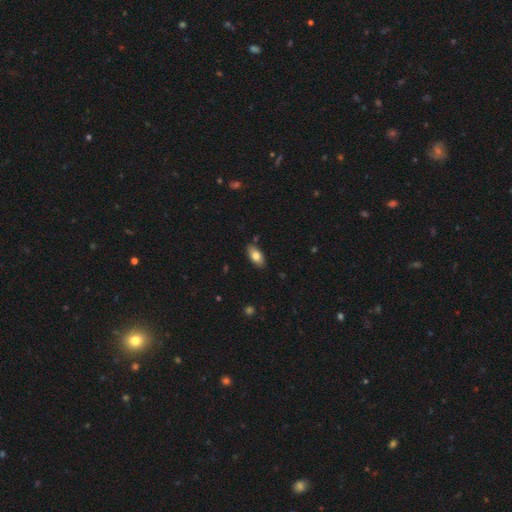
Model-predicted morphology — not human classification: The model was most divided on "smooth or featured": smooth: 77%, featured or disk: 16%, star or artifact: 7%. More confident: how rounded — in between (90%); merging — none (85%).